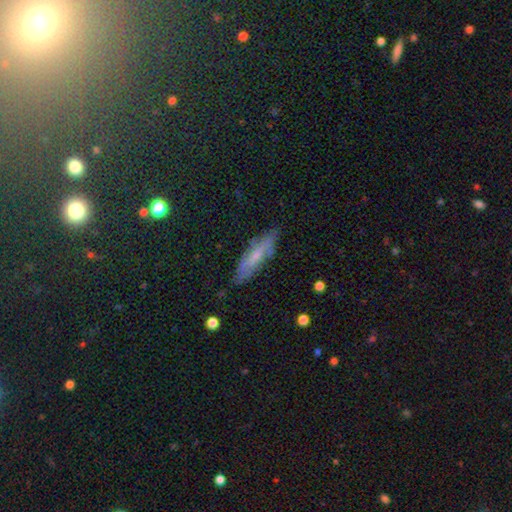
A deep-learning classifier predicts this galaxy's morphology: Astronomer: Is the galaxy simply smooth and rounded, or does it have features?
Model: smooth — 46% (runner-up: featured or disk, 45%).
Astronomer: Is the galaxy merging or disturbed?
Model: none — 77%.